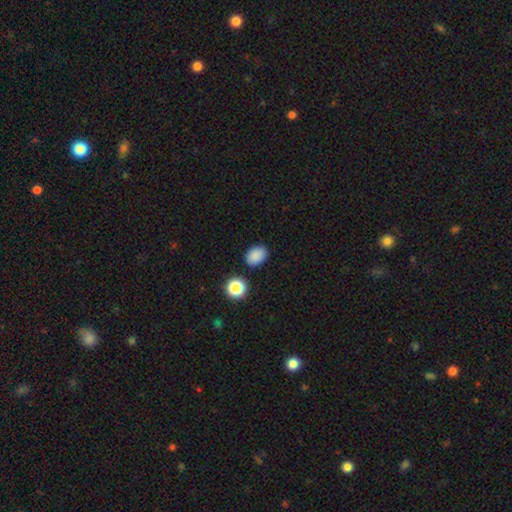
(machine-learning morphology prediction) This appears to be a smooth galaxy with no disk features (85%) that is in between round and cigar-shaped (76%). Merging: none (85%).